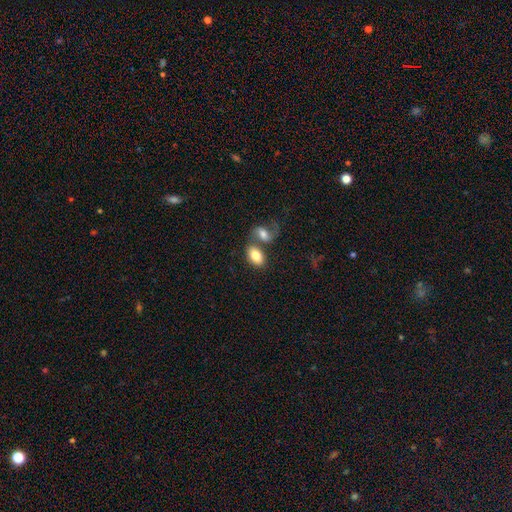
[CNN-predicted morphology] smooth_or_featured: smooth (p=0.78) [alt: featured or disk p=0.15]
how_rounded: in between (p=0.89) [alt: round p=0.09]
merging: merger (p=0.44) [alt: none p=0.41]